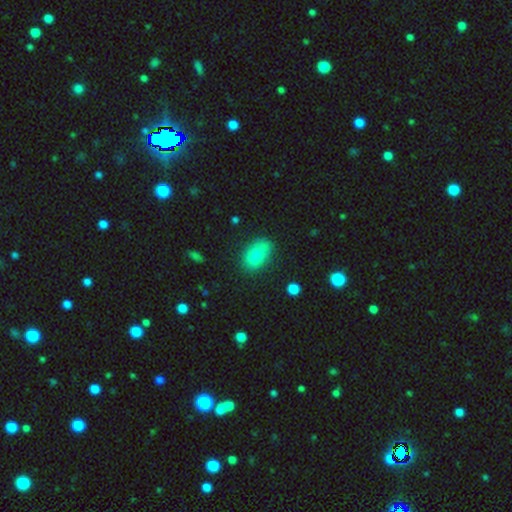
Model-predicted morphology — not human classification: A smooth galaxy with no disk features (78%) that is in between round and cigar-shaped (85%). Merging: none (67%).